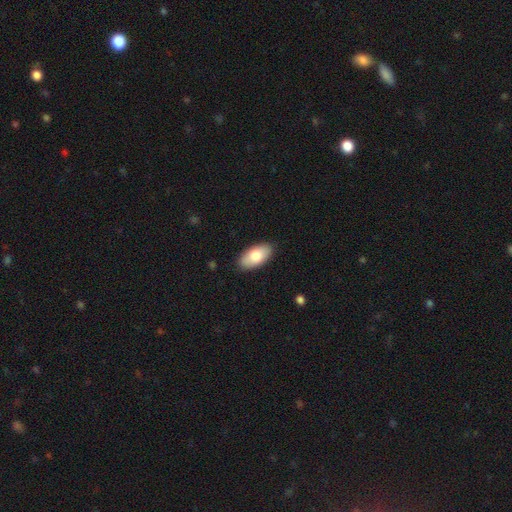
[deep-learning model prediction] smooth-or-featured: smooth: 79% | featured or disk: 15% | star or artifact: 6%
  how-rounded: in between: 94% | cigar-shaped: 4% | round: 3%
  merging: none: 88% | minor disturbance: 9% | major disturbance: 2% | merger: 1%